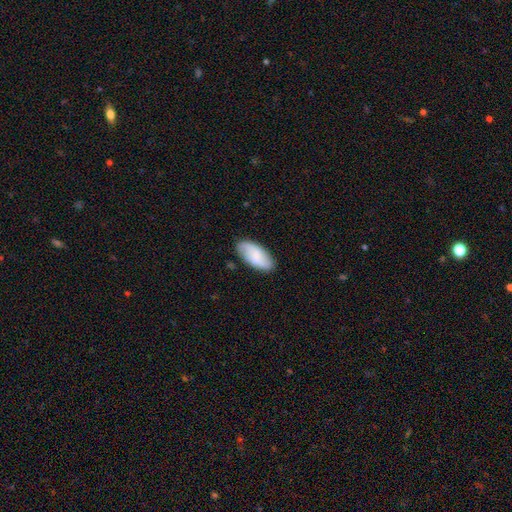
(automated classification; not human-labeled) The model was most divided on "smooth or featured": smooth: 66%, featured or disk: 27%, star or artifact: 7%. More confident: how rounded — in between (92%); merging — none (81%).